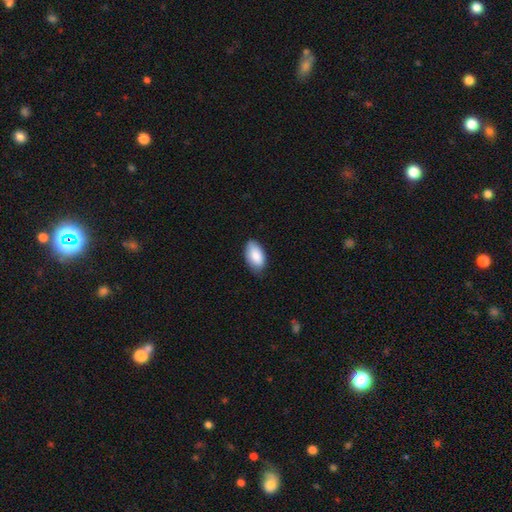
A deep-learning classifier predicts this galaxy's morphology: Overall: smooth (87%). How rounded: in between (95%). Merging: none (76%).